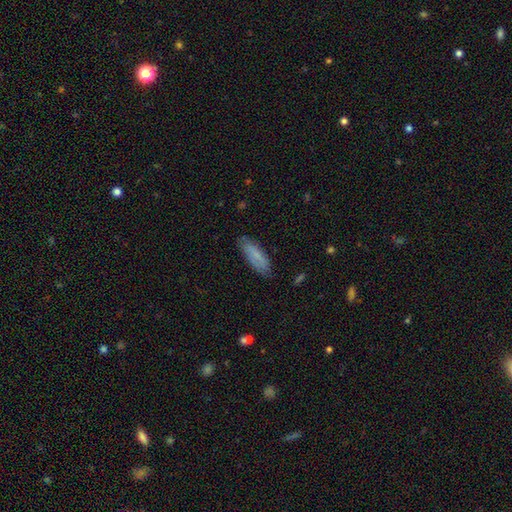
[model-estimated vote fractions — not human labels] This appears to be a smooth galaxy with no disk features (67%) that is in between round and cigar-shaped (55%). Merging: none (80%).